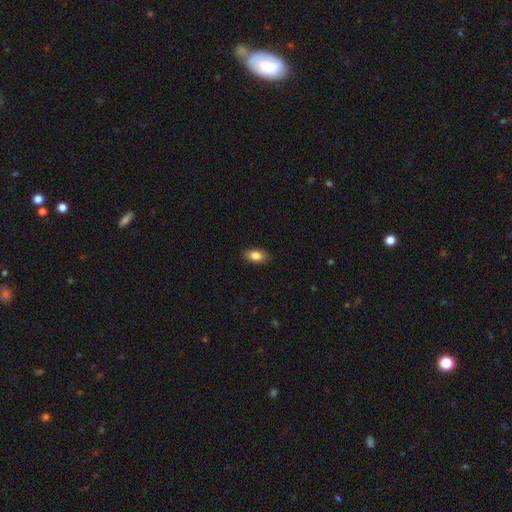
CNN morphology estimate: A smooth galaxy with no disk features (84%) that is in between round and cigar-shaped (90%). Merging: none (87%).